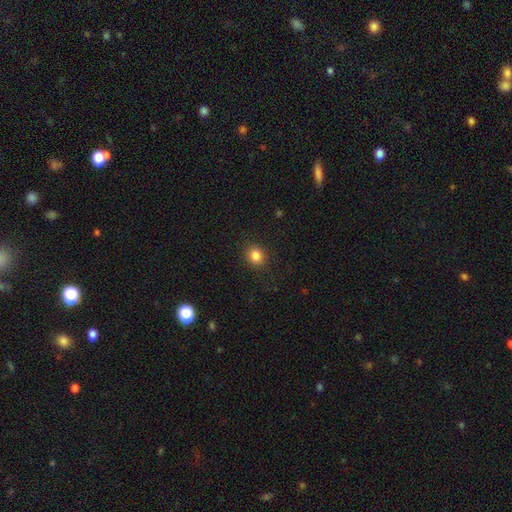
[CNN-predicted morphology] Overall: smooth (84%). How rounded: round (74%). Merging: none (88%).